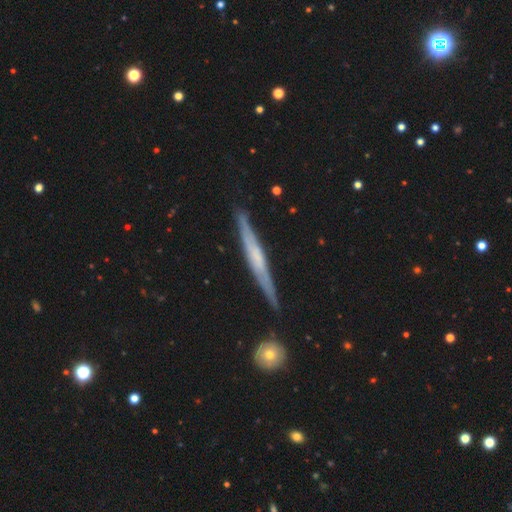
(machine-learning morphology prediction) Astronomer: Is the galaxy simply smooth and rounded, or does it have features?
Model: featured or disk — 69%.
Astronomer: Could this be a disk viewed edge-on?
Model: yes — 95%.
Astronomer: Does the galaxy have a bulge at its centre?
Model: none — 62%.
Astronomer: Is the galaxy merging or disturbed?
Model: none — 84%.